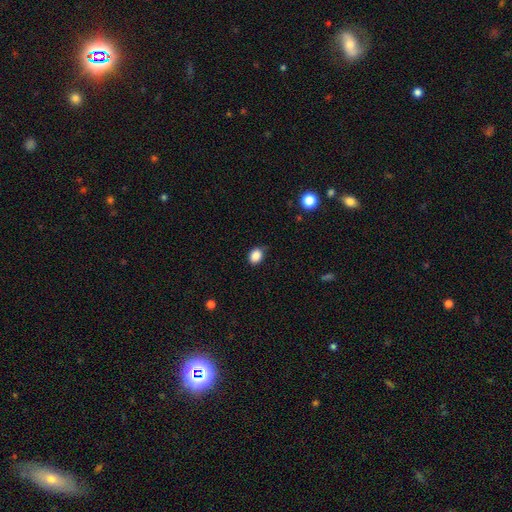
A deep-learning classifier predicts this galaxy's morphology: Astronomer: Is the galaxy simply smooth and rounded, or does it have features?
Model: smooth — 87%.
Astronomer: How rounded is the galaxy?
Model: in between — 54% (runner-up: round, 45%).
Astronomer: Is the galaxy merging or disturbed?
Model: none — 77%.